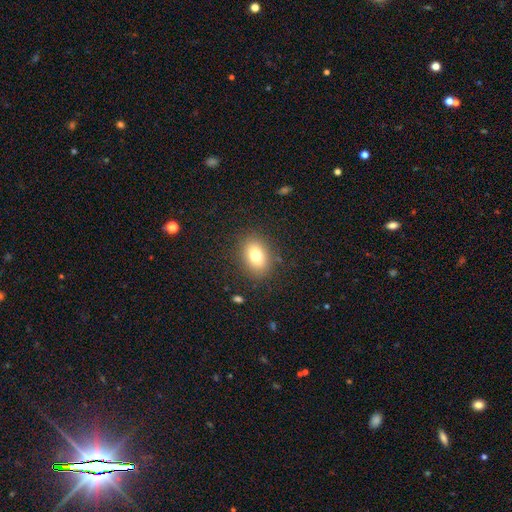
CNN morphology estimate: Overall: smooth (78%). How rounded: in between (72%). Merging: none (85%).